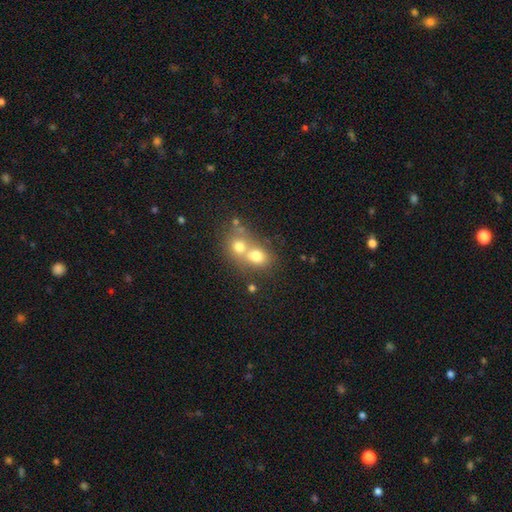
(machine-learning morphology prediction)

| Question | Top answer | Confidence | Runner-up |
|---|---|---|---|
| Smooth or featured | smooth | 68% | featured or disk (20%) |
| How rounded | round | 64% | in between (35%) |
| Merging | merger | 66% | none (25%) |